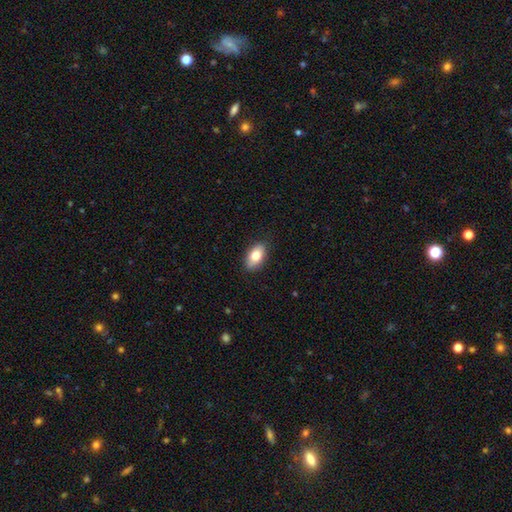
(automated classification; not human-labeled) The model was most divided on "smooth or featured": smooth: 78%, featured or disk: 15%, star or artifact: 7%. More confident: how rounded — in between (91%); merging — none (87%).